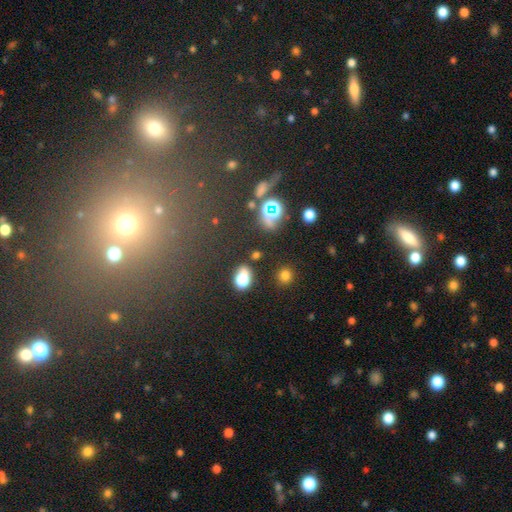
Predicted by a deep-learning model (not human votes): A smooth galaxy with no disk features (61%) that is in between round and cigar-shaped (49%). Merging: none (84%).